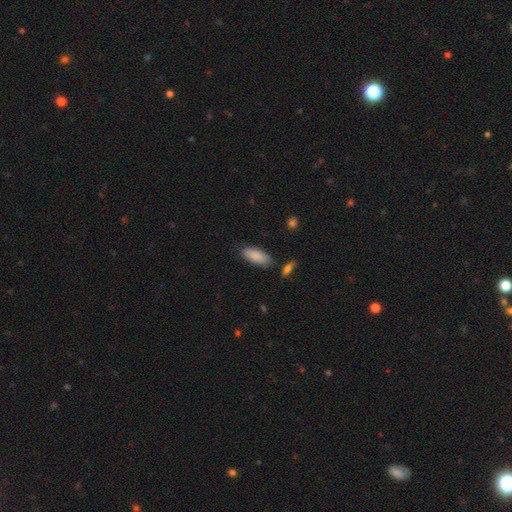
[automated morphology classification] Smooth or featured: smooth — 88% (star or artifact — 6%)
How rounded: in between — 83% (cigar-shaped — 15%)
Merging: none — 79% (minor disturbance — 14%)